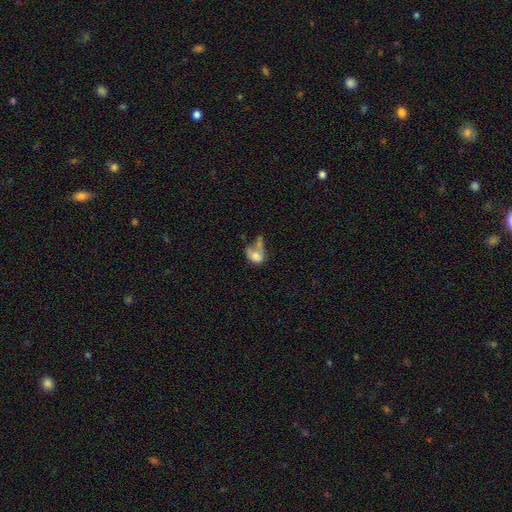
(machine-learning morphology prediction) Smooth or featured: smooth — 63% (featured or disk — 26%)
How rounded: in between — 76% (round — 22%)
Merging: merger — 34% (major disturbance — 30%)